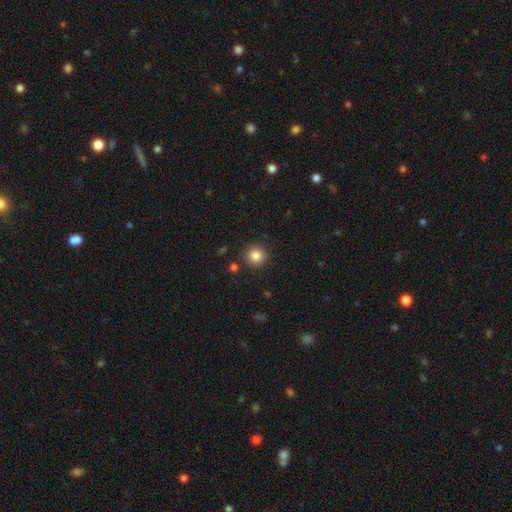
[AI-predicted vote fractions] smooth_or_featured: smooth (p=0.84) [alt: star or artifact p=0.11]
how_rounded: round (p=0.94) [alt: in between p=0.05]
merging: none (p=0.90) [alt: minor disturbance p=0.06]